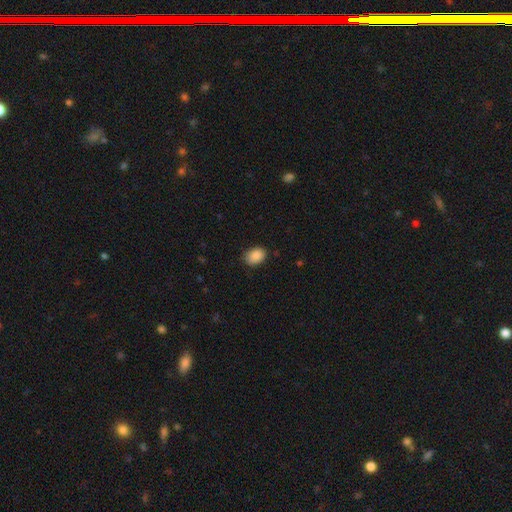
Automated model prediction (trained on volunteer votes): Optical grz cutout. It shows a smooth galaxy with no disk features (88%) that is in between round and cigar-shaped (72%). Merging: none (79%).